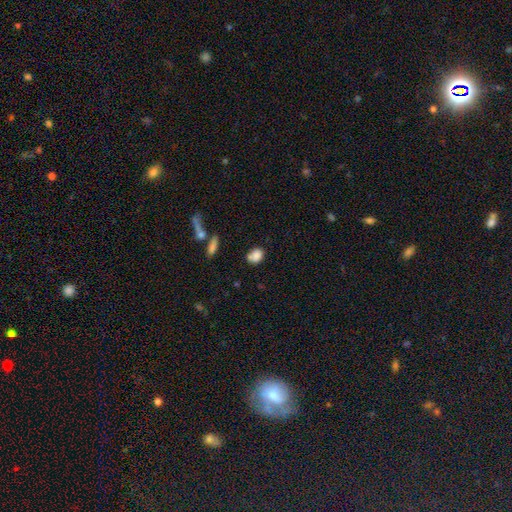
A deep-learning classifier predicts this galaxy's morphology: type=smooth (82%); roundness=in between (60%); merging=none (54%).